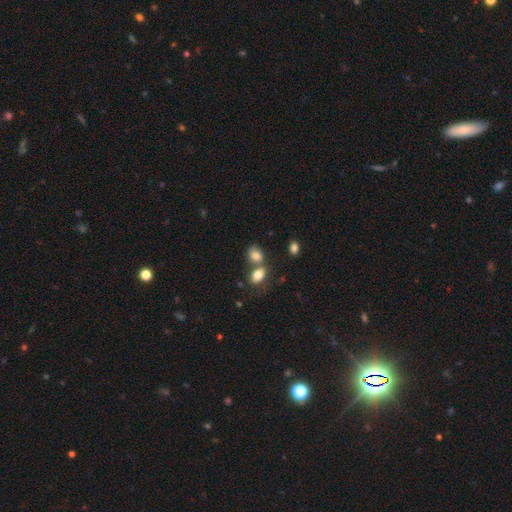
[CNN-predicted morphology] This appears to be a smooth galaxy with no disk features (80%) that is in between round and cigar-shaped (70%). Merging: merger (45%).